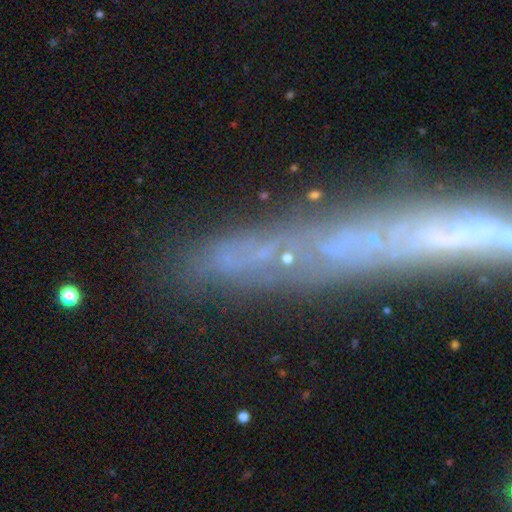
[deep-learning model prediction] Smooth or featured? featured or disk (44%)
Merging? none (65%)